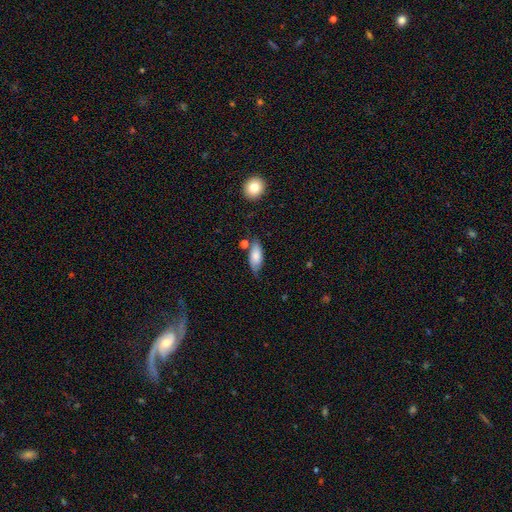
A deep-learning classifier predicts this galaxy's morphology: Smooth or featured?
  - smooth: 76% *
  - featured or disk: 17%
  - star or artifact: 7%
How rounded?
  - in between: 85% *
  - cigar-shaped: 12%
  - round: 3%
Merging?
  - none: 61% *
  - minor disturbance: 26%
  - merger: 7%
  - major disturbance: 6%